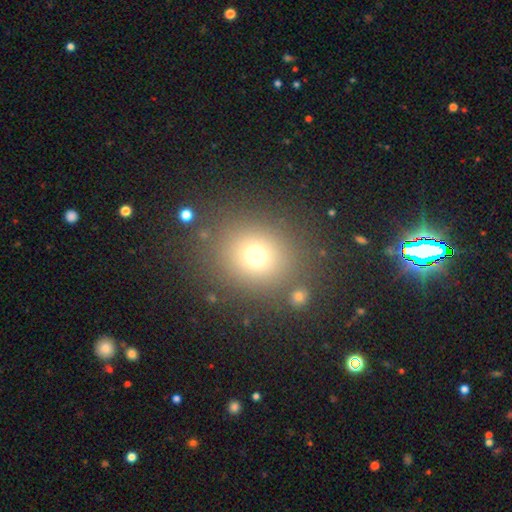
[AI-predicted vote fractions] This appears to be a smooth galaxy with no disk features (70%) that is round (83%). Merging: none (81%).